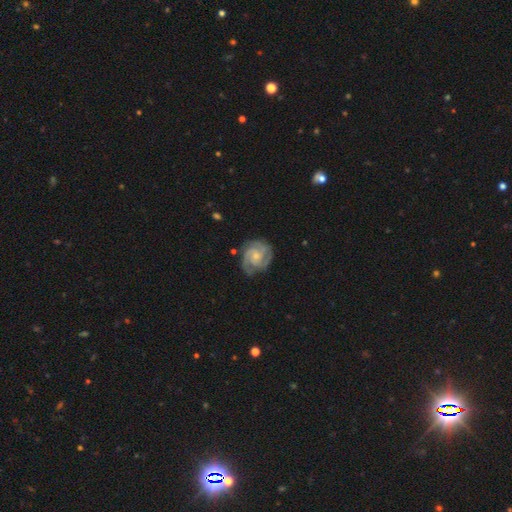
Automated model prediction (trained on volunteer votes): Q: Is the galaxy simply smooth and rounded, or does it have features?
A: featured or disk — 88%.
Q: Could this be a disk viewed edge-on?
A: no — 98%.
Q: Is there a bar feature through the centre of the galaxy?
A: no — 68%.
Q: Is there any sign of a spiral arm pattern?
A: yes — 98%.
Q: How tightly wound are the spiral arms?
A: tight — 62%.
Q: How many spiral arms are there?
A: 3 — 45%.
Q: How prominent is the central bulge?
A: small — 66%.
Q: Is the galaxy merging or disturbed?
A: none — 77%.